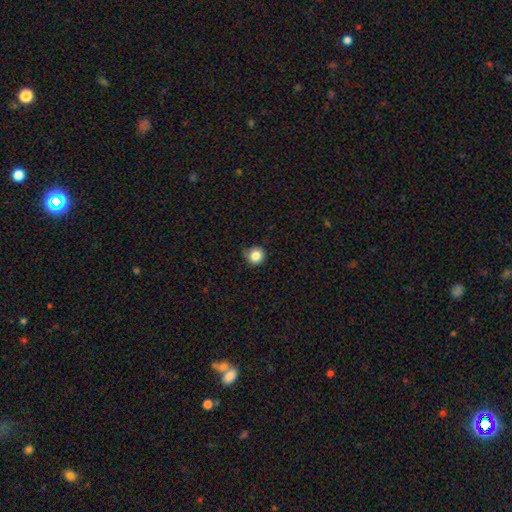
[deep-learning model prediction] A smooth galaxy with no disk features (84%) that is round (94%). Merging: none (77%).